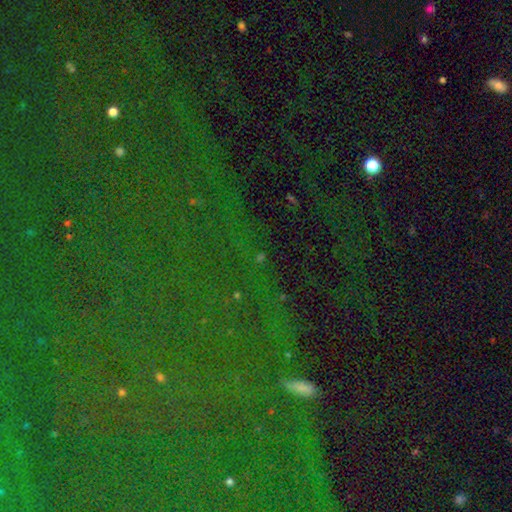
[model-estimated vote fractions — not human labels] Smooth or featured? Predicted: star or artifact (p=0.84).